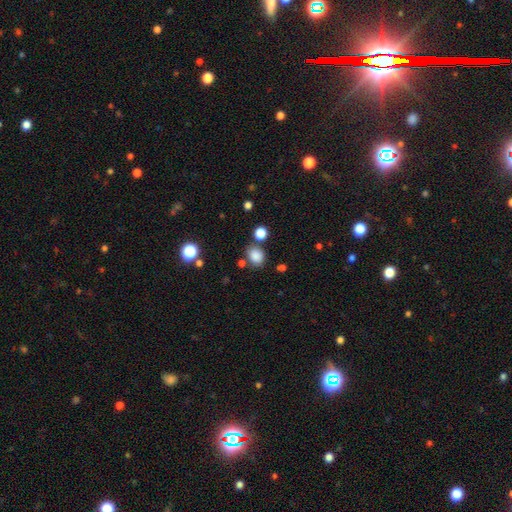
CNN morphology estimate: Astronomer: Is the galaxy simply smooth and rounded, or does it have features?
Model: smooth — 83%.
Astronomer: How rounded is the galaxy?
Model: round — 57% (runner-up: in between, 42%).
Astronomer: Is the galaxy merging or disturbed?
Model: none — 74%.